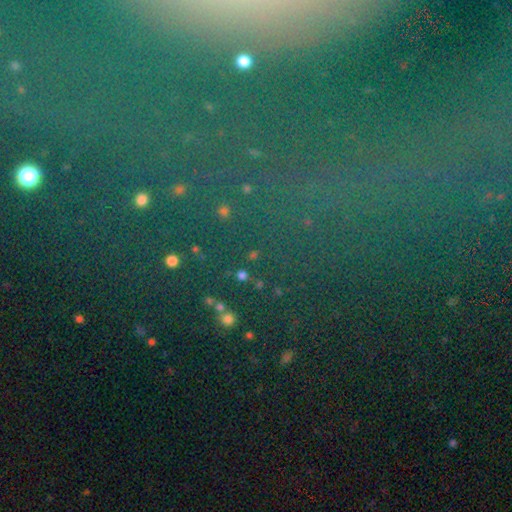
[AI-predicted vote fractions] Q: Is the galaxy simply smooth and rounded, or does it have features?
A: star or artifact — 75%.